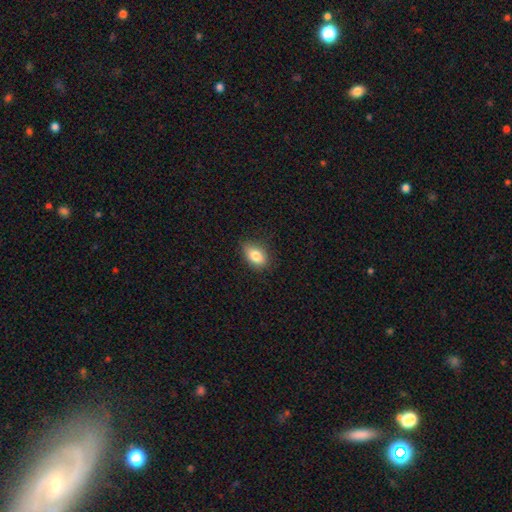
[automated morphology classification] A smooth galaxy with no disk features (82%) that is in between round and cigar-shaped (86%).

Vote fractions:
- Smooth or featured? smooth: 82% / featured or disk: 9% / star or artifact: 8%
- How rounded? in between: 86% / round: 12% / cigar-shaped: 2%
- Merging? none: 77% / minor disturbance: 19% / major disturbance: 4% / merger: 1%